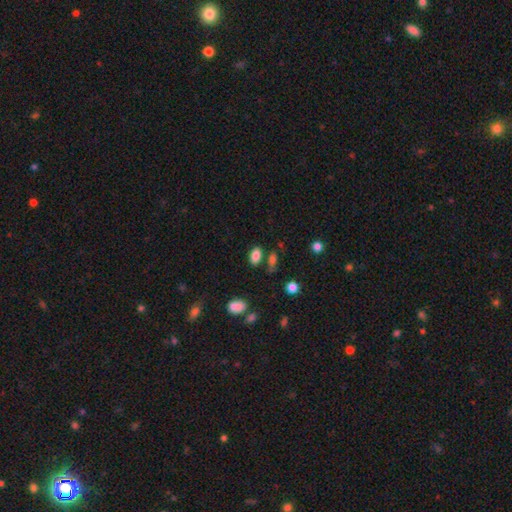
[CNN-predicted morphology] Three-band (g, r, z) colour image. It shows a smooth galaxy with no disk features (85%) that is in between round and cigar-shaped (90%). Merging: none (77%).